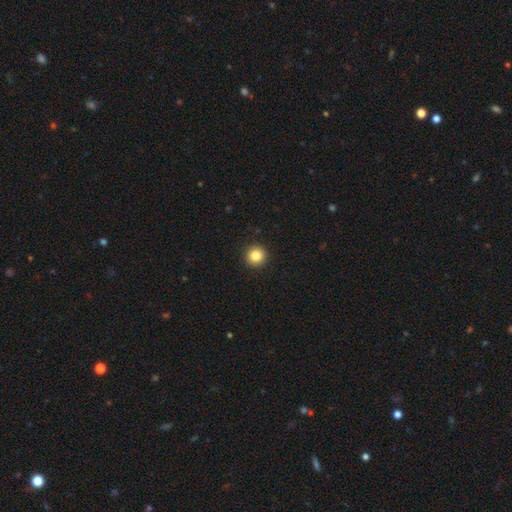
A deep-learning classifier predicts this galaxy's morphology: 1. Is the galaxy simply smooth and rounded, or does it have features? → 85% smooth, 10% star or artifact, 5% featured or disk.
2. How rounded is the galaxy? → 95% round, 4% in between, 1% cigar-shaped.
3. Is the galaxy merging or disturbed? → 93% none, 4% minor disturbance, 2% major disturbance, 1% merger.